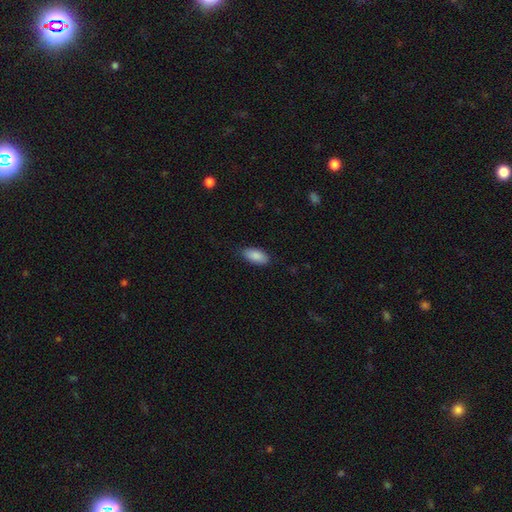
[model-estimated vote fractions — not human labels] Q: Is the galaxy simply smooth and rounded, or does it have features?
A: smooth — 89%.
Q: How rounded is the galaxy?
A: in between — 92%.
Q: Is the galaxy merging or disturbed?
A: none — 83%.